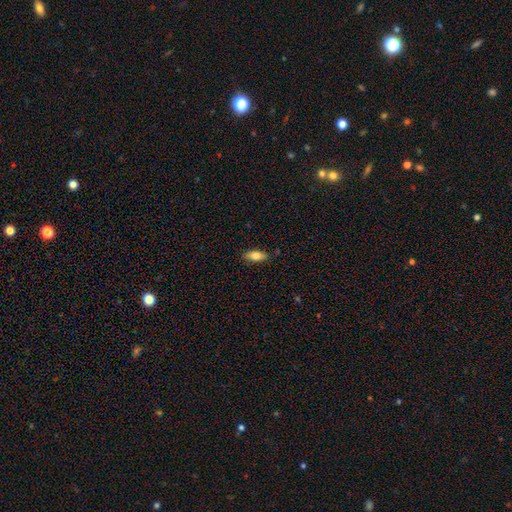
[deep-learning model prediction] Smooth or featured? Predicted: smooth (p=0.79). How rounded? Predicted: in between (p=0.81). Merging? Predicted: none (p=0.84).